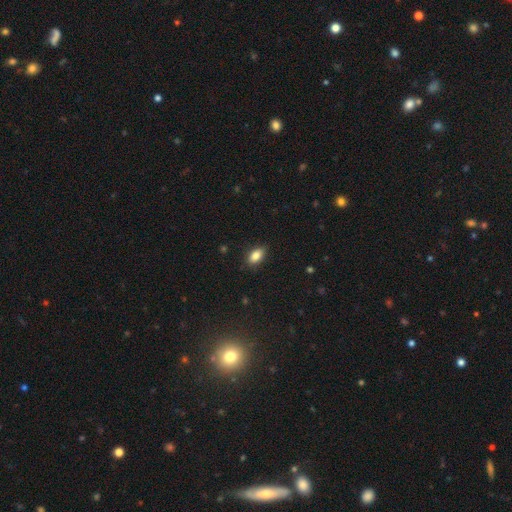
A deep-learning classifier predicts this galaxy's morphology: type=smooth (84%); roundness=in between (89%); merging=none (84%).